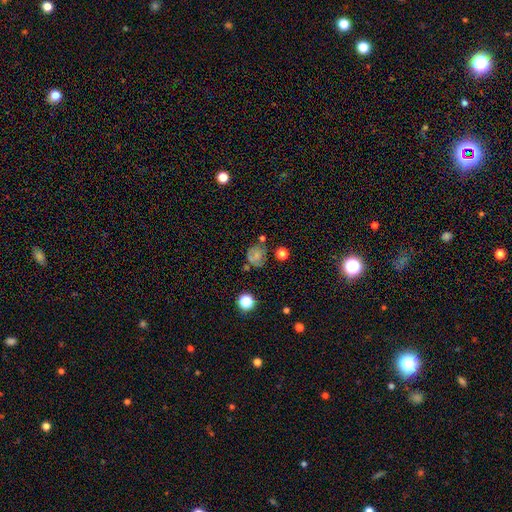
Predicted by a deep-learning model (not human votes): smooth-or-featured: smooth: 63% | featured or disk: 19% | star or artifact: 18%
  how-rounded: round: 76% | in between: 23% | cigar-shaped: 1%
  merging: none: 59% | minor disturbance: 21% | merger: 11% | major disturbance: 10%